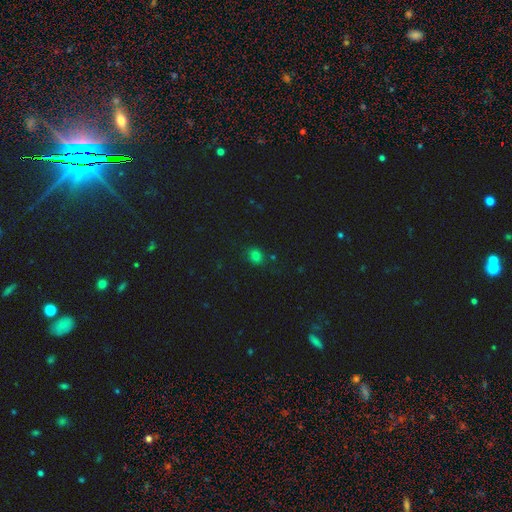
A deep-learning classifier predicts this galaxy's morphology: Q: Smooth or featured?
A: smooth (75%); runner-up: star or artifact (20%)
Q: How rounded?
A: round (53%); runner-up: in between (46%)
Q: Merging?
A: none (75%); runner-up: minor disturbance (16%)